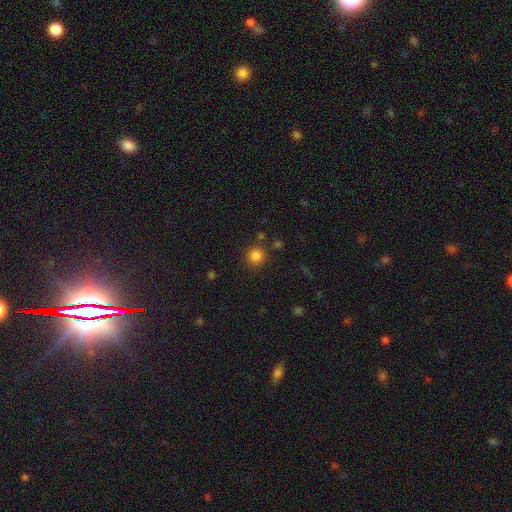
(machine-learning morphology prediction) A smooth galaxy with no disk features (83%) that is round (93%). Merging: none (85%).